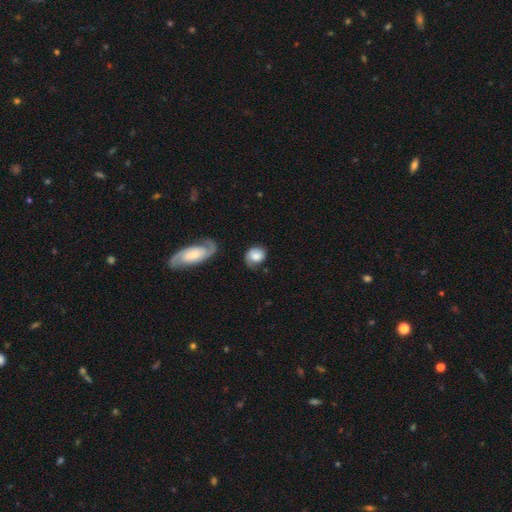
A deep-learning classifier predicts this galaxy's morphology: Q: Smooth or featured?
A: smooth (71%); runner-up: featured or disk (22%)
Q: How rounded?
A: round (63%); runner-up: in between (35%)
Q: Merging?
A: none (55%); runner-up: minor disturbance (26%)